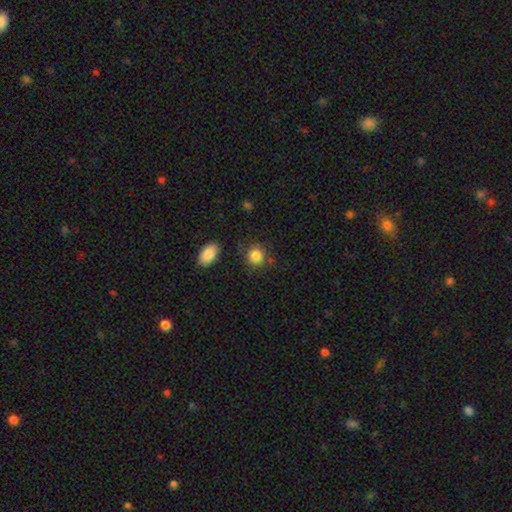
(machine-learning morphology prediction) smooth 86%, star or artifact 9%, featured or disk 5%. Down the decision tree: how rounded — round (84%); merging — none (78%).